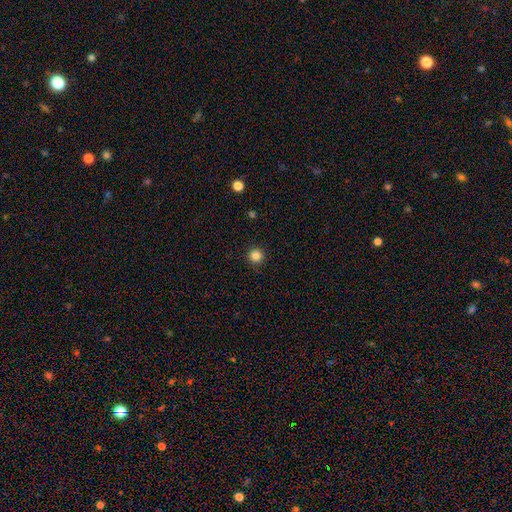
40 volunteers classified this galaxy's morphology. This is clearly a smooth galaxy (90%). How rounded: clearly round (100%). Merging: clearly none (92%).